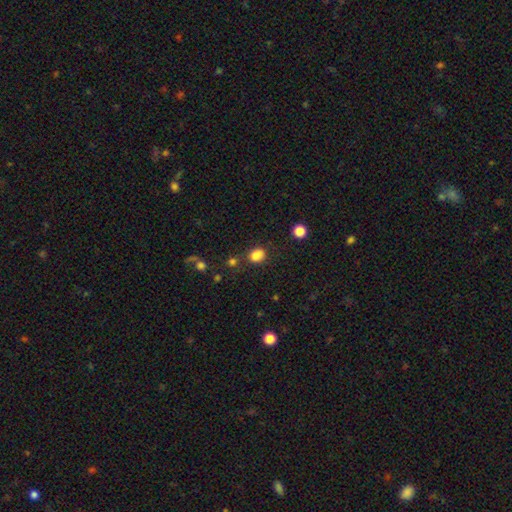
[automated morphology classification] type=smooth (84%); roundness=in between (59%); merging=none (73%).